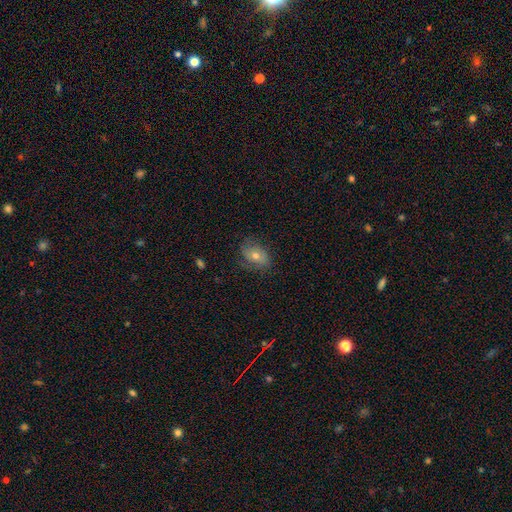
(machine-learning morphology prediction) smooth 46%, featured or disk 42%, star or artifact 13%. Down the decision tree: merging — none (70%).